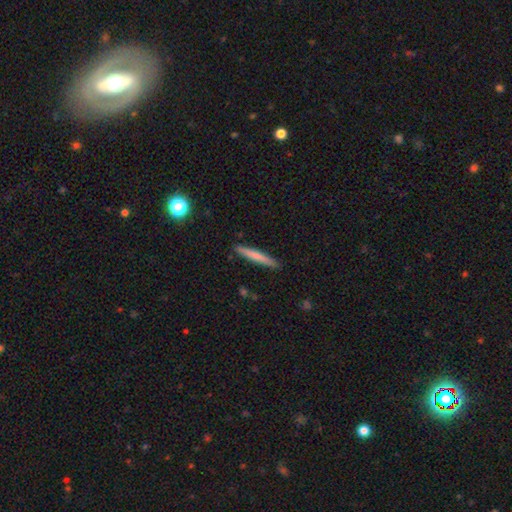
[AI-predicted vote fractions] smooth 69%, featured or disk 25%, star or artifact 6%. Down the decision tree: how rounded — cigar-shaped (95%); merging — none (90%).